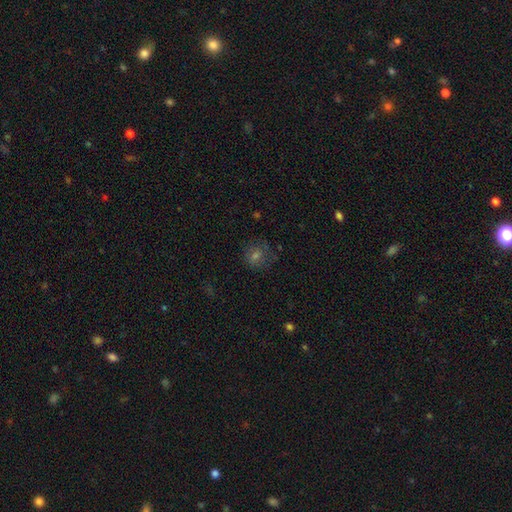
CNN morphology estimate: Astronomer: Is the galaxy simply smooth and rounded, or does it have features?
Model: smooth — 52% (runner-up: star or artifact, 28%).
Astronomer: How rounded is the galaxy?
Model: round — 85%.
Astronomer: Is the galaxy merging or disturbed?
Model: none — 78%.